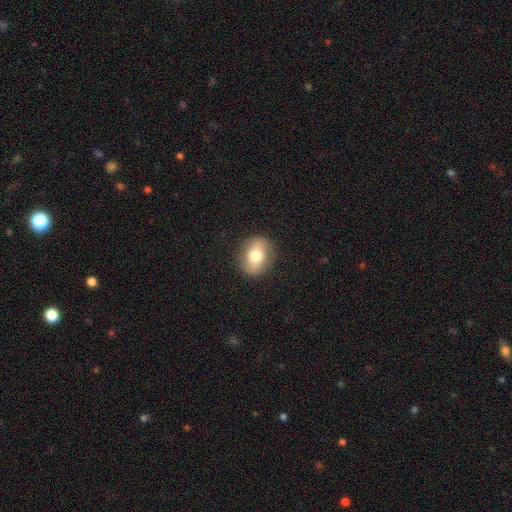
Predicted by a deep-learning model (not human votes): A smooth galaxy with no disk features (62%) that is in between round and cigar-shaped (55%).

Vote fractions:
- Smooth or featured? smooth: 62% / featured or disk: 31% / star or artifact: 8%
- How rounded? in between: 55% / round: 43% / cigar-shaped: 2%
- Merging? none: 87% / minor disturbance: 9% / major disturbance: 3% / merger: 1%